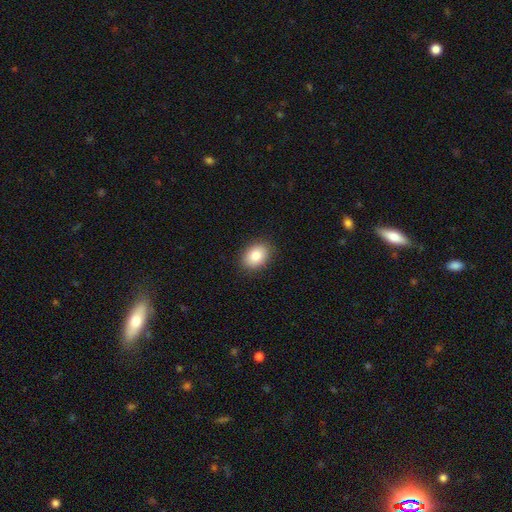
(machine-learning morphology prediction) Smooth or featured: smooth — 84% (star or artifact — 8%)
How rounded: in between — 71% (round — 28%)
Merging: none — 88% (minor disturbance — 9%)